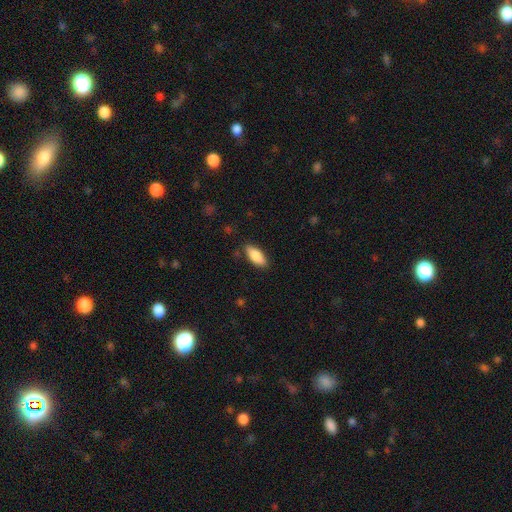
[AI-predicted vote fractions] Smooth or featured?
  - smooth: 85% *
  - featured or disk: 9%
  - star or artifact: 6%
How rounded?
  - in between: 79% *
  - cigar-shaped: 19%
  - round: 2%
Merging?
  - none: 84% *
  - minor disturbance: 12%
  - major disturbance: 3%
  - merger: 1%